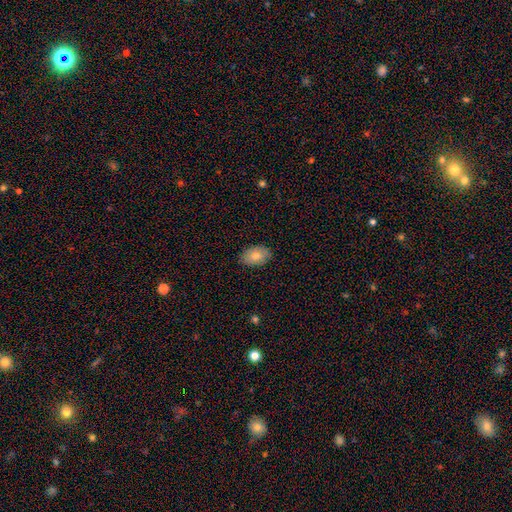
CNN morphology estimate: Smooth or featured? Predicted: smooth (p=0.76). How rounded? Predicted: in between (p=0.89). Merging? Predicted: none (p=0.87).